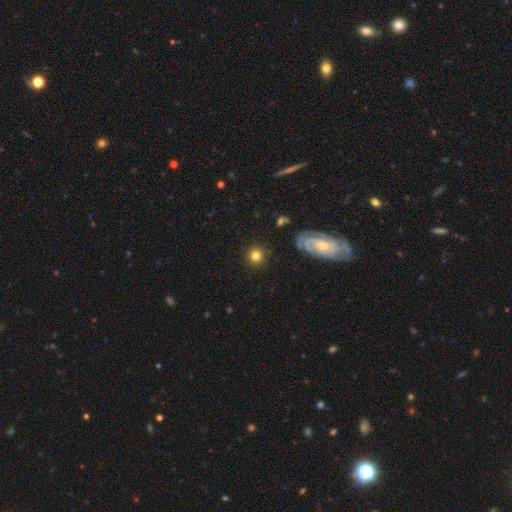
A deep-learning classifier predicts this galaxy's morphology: Q: Smooth or featured?
A: smooth (76%); runner-up: featured or disk (13%)
Q: How rounded?
A: round (91%); runner-up: in between (8%)
Q: Merging?
A: none (89%); runner-up: minor disturbance (7%)